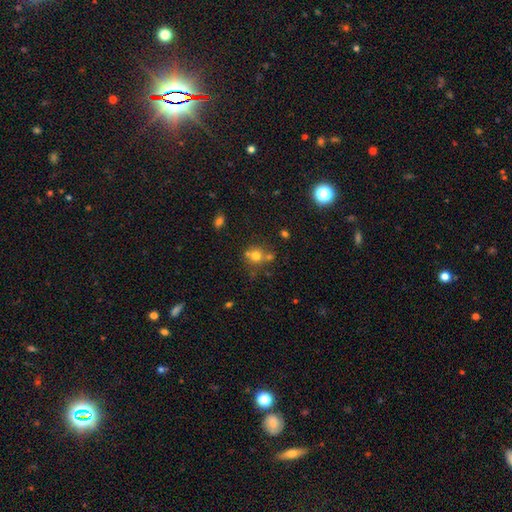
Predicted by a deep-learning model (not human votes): Smooth or featured: smooth — 69% (star or artifact — 17%)
How rounded: round — 85% (in between — 14%)
Merging: none — 55% (merger — 30%)